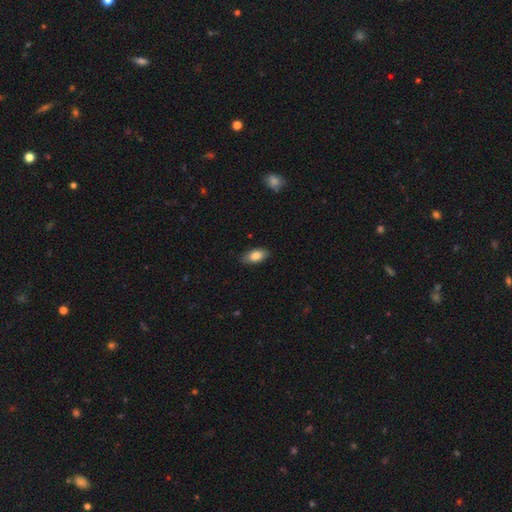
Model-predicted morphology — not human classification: smooth_or_featured: smooth (p=0.83) [alt: featured or disk p=0.10]
how_rounded: in between (p=0.92) [alt: round p=0.04]
merging: none (p=0.85) [alt: minor disturbance p=0.12]